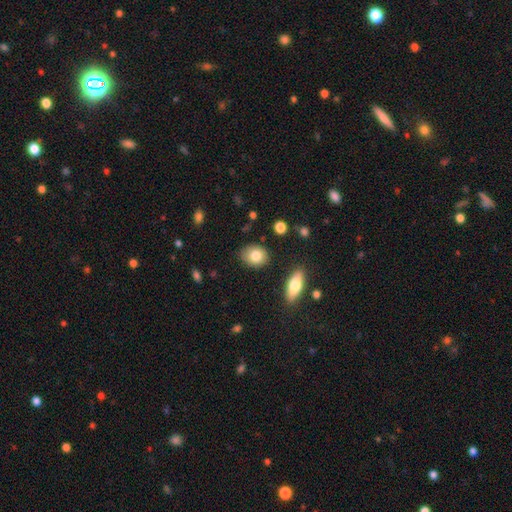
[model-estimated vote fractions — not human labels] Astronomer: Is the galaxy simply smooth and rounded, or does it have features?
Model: smooth — 81%.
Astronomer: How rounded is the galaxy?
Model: in between — 57% (runner-up: round, 42%).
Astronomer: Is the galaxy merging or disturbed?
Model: none — 81%.